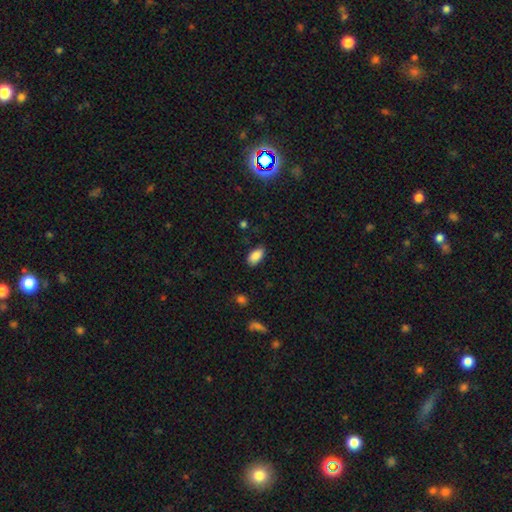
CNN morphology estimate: Overall: smooth (87%). How rounded: in between (93%). Merging: none (81%).